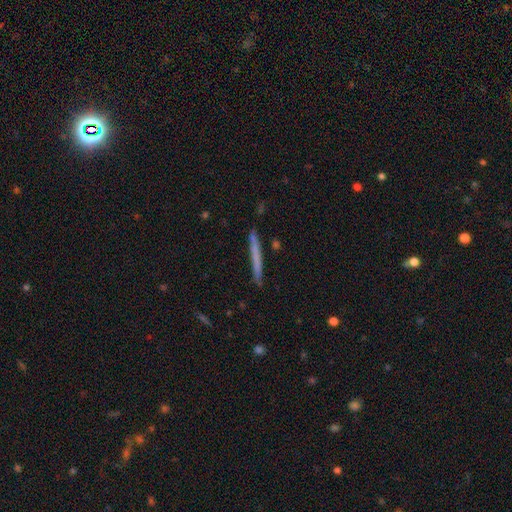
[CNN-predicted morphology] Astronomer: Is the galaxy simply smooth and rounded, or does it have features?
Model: smooth — 57% (runner-up: featured or disk, 37%).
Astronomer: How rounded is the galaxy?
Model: cigar-shaped — 97%.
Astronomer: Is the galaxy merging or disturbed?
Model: none — 90%.